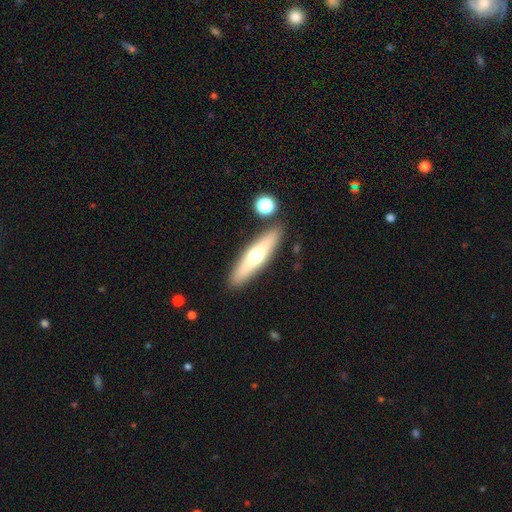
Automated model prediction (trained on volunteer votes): Smooth or featured? smooth (47%, tied with featured or disk)
Merging? none (86%)